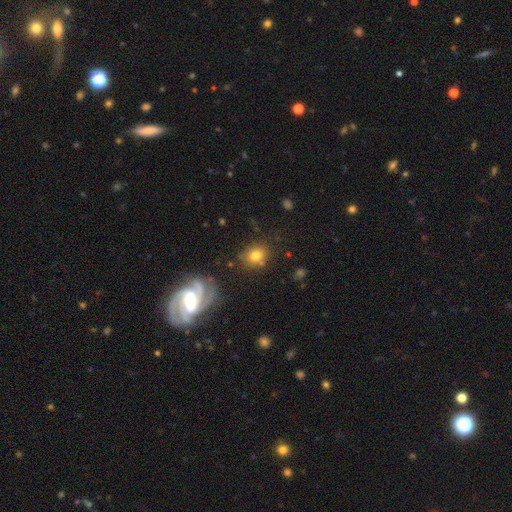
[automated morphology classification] A smooth galaxy with no disk features (71%) that is round (66%). Merging: none (74%).